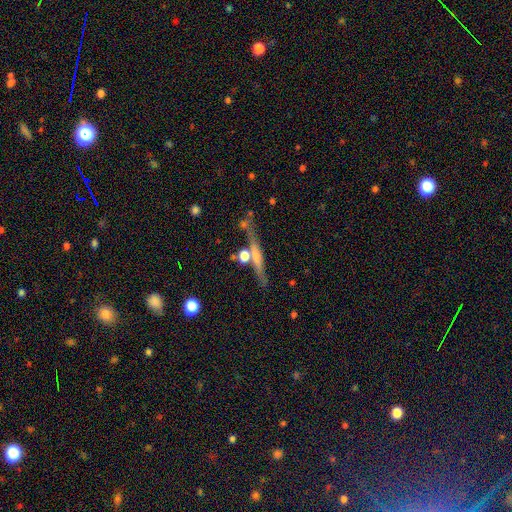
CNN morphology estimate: Smooth or featured? Predicted: featured or disk (p=0.62). Edge-on disk? Predicted: yes (p=0.95). Edge-on bulge? Predicted: rounded (p=0.47). Merging? Predicted: none (p=0.74).